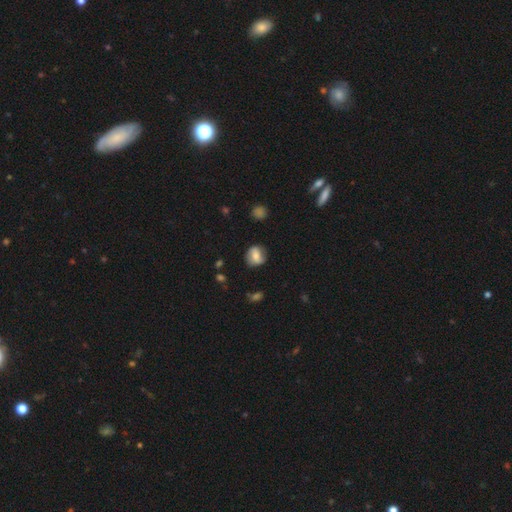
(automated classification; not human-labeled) This appears to be a smooth galaxy with no disk features (56%) that is round (70%). Merging: none (76%).